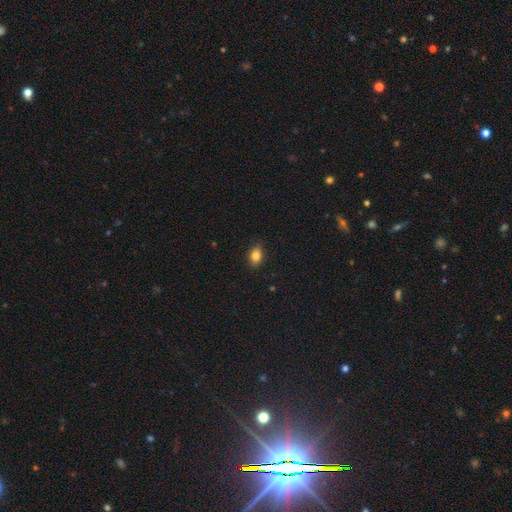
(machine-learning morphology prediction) Smooth or featured: smooth — 84% (star or artifact — 10%)
How rounded: in between — 81% (round — 17%)
Merging: none — 87% (minor disturbance — 10%)